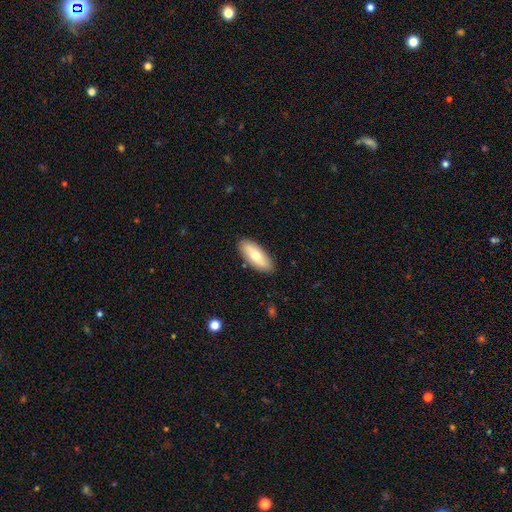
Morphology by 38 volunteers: smooth-or-featured: smooth: 68% | featured or disk: 26% | star or artifact: 5%
  how-rounded: in between: 85% | cigar-shaped: 12% | round: 4%
  merging: none: 86% | minor disturbance: 8% | major disturbance: 3% | merger: 3%